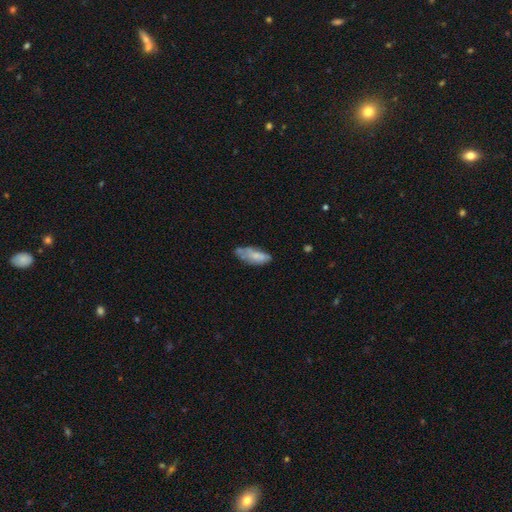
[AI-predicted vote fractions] This appears to be a smooth galaxy with no disk features (64%) that is in between round and cigar-shaped (75%). Merging: none (43%).